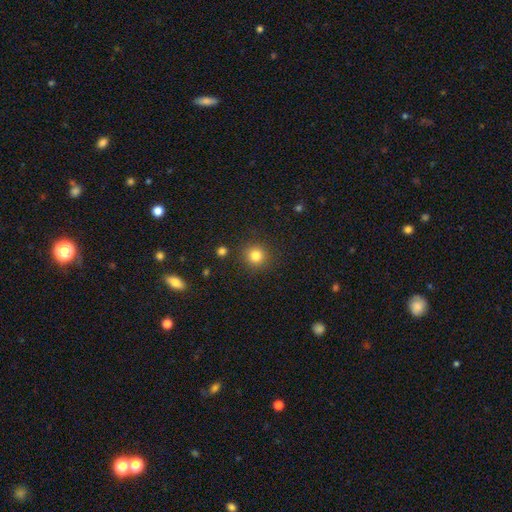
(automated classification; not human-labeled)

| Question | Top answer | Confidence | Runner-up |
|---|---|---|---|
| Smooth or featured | smooth | 81% | star or artifact (13%) |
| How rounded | round | 93% | in between (6%) |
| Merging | none | 89% | minor disturbance (7%) |